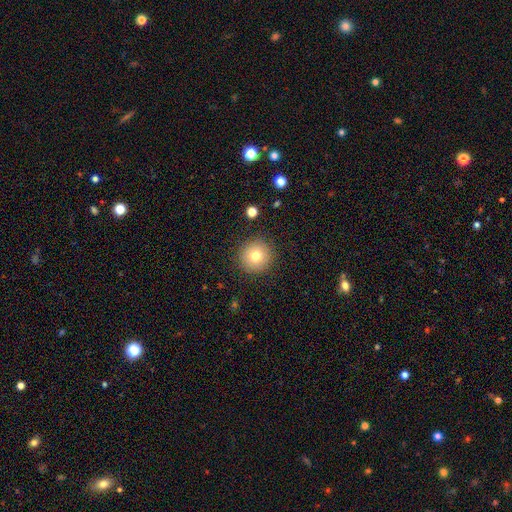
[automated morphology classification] Overall: smooth (75%). How rounded: round (95%). Merging: none (89%).